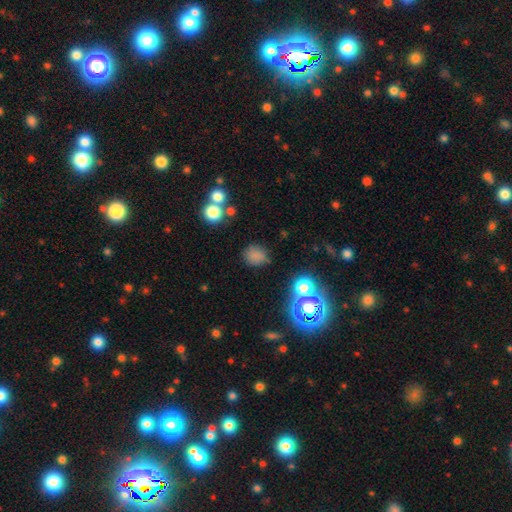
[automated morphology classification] Smooth or featured? Predicted: smooth (p=0.74). How rounded? Predicted: round (p=0.79). Merging? Predicted: none (p=0.77).